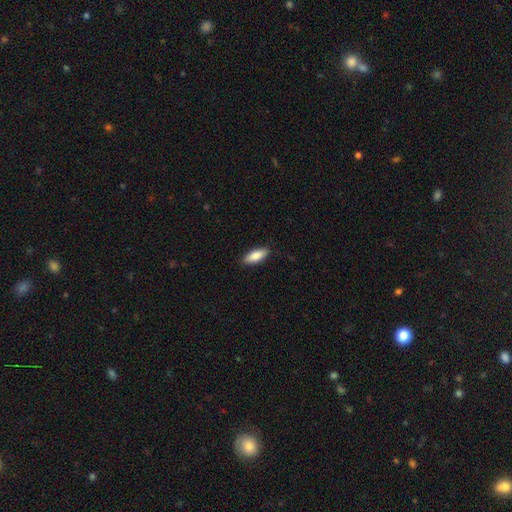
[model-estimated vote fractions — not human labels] A smooth galaxy with no disk features (86%) that is in between round and cigar-shaped (74%).

Vote fractions:
- Smooth or featured? smooth: 86% / featured or disk: 9% / star or artifact: 6%
- How rounded? in between: 74% / cigar-shaped: 25% / round: 2%
- Merging? none: 89% / minor disturbance: 9% / major disturbance: 2% / merger: 1%